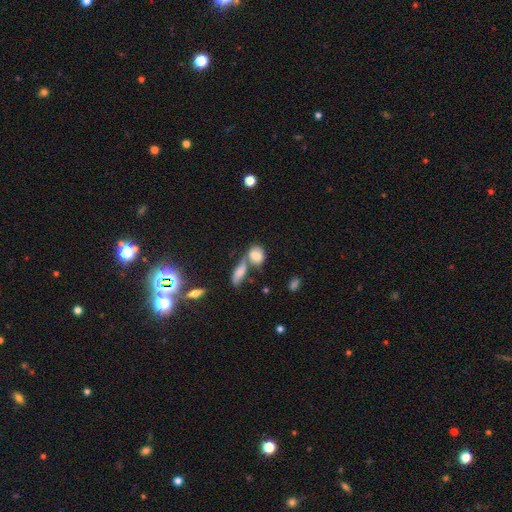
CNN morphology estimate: Smooth or featured? smooth (81%)
How rounded? in between (58%)
Merging? merger (45%)